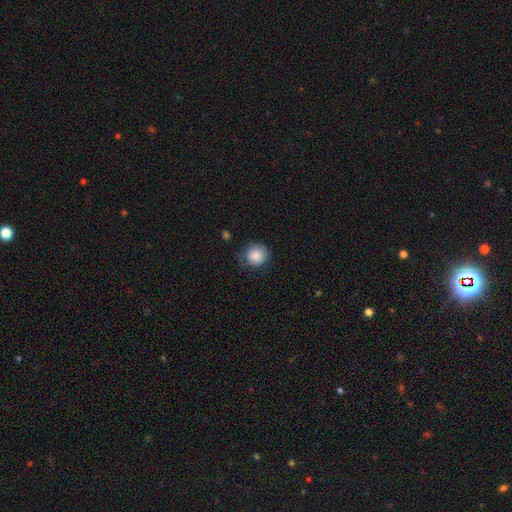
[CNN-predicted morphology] type=smooth (86%); roundness=round (88%); merging=none (64%).